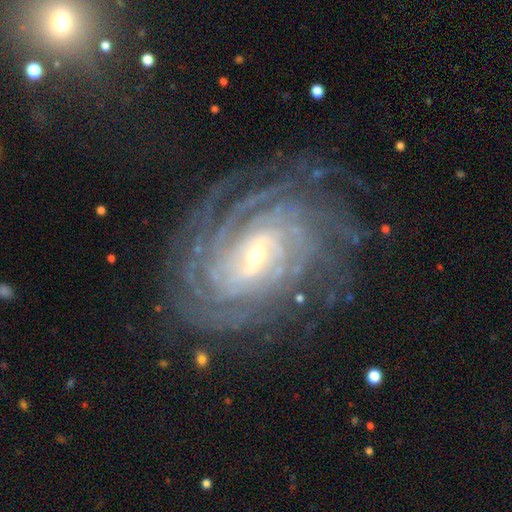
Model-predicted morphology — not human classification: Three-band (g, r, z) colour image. It shows a featured or disk galaxy (91%) with a weak bar (45%), more than 4 (30%) tight (83%) spiral arms (98%) and a small central bulge (64%). Merging: none (77%).